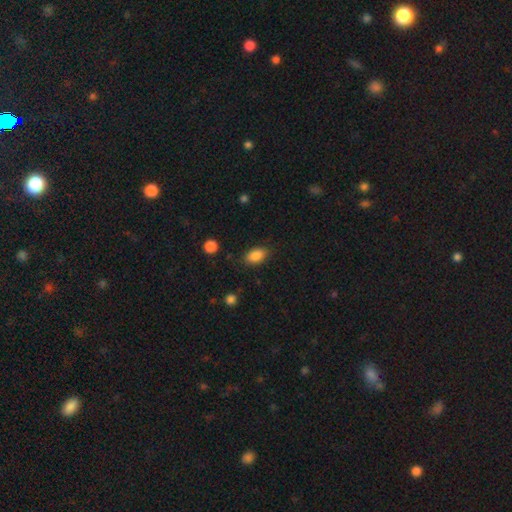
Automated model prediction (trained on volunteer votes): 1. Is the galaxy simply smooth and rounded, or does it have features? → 86% smooth, 8% star or artifact, 5% featured or disk.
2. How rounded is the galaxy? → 90% in between, 8% round, 3% cigar-shaped.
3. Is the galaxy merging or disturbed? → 84% none, 12% minor disturbance, 3% major disturbance, 1% merger.